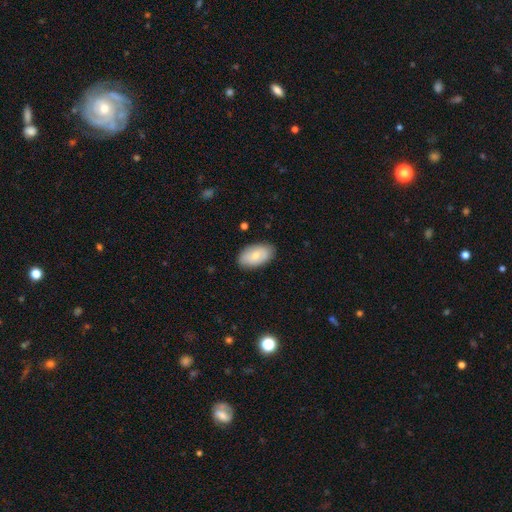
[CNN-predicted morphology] This appears to be a smooth galaxy with no disk features (72%) that is in between round and cigar-shaped (94%). Merging: none (85%).